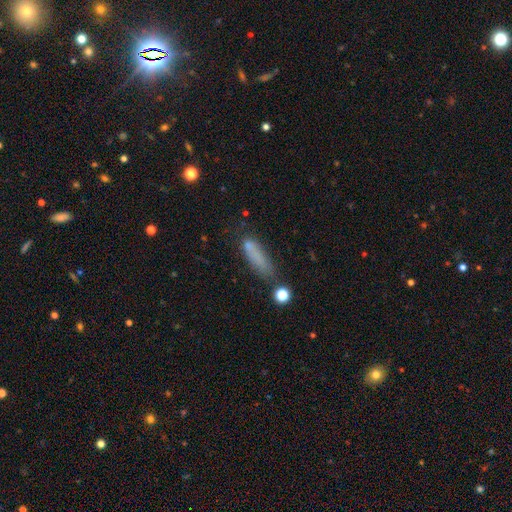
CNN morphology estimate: type=smooth (71%); roundness=cigar-shaped (67%); merging=none (62%).